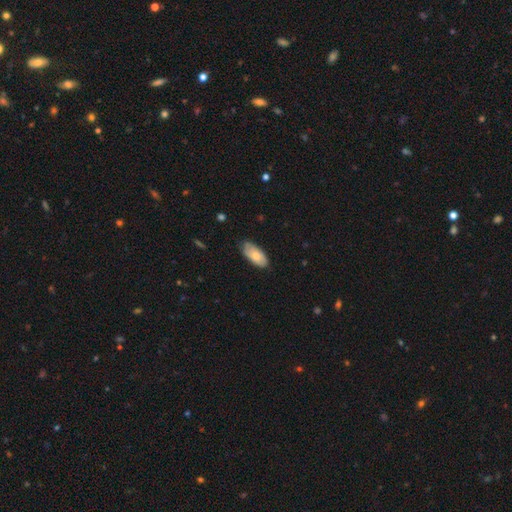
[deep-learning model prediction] Smooth or featured?
  - smooth: 69% *
  - featured or disk: 25%
  - star or artifact: 6%
How rounded?
  - in between: 92% *
  - cigar-shaped: 6%
  - round: 2%
Merging?
  - none: 73% *
  - minor disturbance: 23%
  - major disturbance: 3%
  - merger: 1%